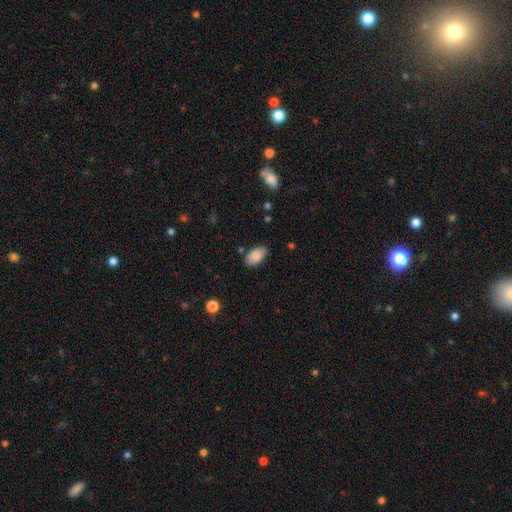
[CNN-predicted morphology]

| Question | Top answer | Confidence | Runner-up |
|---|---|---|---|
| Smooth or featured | smooth | 85% | featured or disk (8%) |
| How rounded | in between | 94% | round (4%) |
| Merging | none | 83% | minor disturbance (12%) |